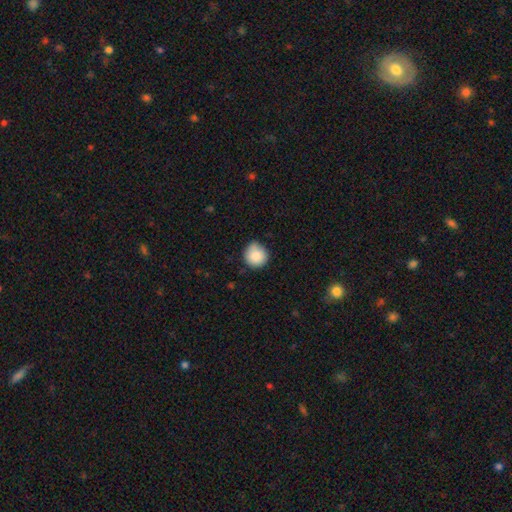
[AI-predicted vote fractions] The model was most divided on "merging": none: 75%, minor disturbance: 20%, major disturbance: 3%, merger: 2%. More confident: how rounded — round (92%); smooth or featured — smooth (87%).